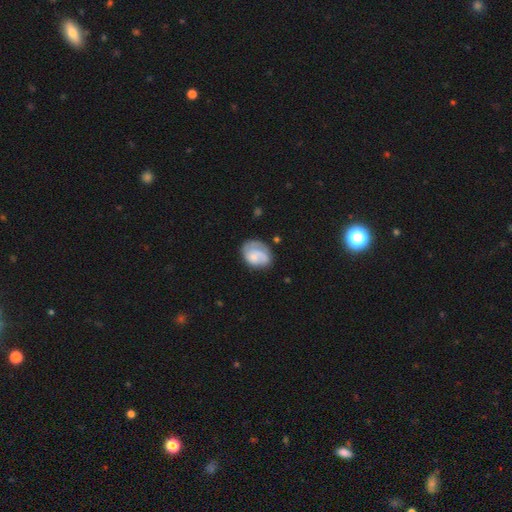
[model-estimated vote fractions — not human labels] smooth_or_featured: smooth (p=0.52) [alt: featured or disk p=0.41]
how_rounded: in between (p=0.62) [alt: round p=0.37]
merging: none (p=0.56) [alt: minor disturbance p=0.27]